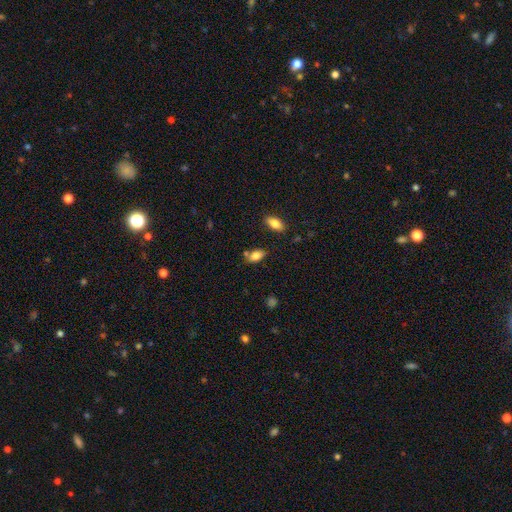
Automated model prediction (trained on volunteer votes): smooth-or-featured: smooth: 82% | featured or disk: 9% | star or artifact: 8%
  how-rounded: in between: 89% | cigar-shaped: 6% | round: 5%
  merging: none: 66% | minor disturbance: 16% | merger: 14% | major disturbance: 4%